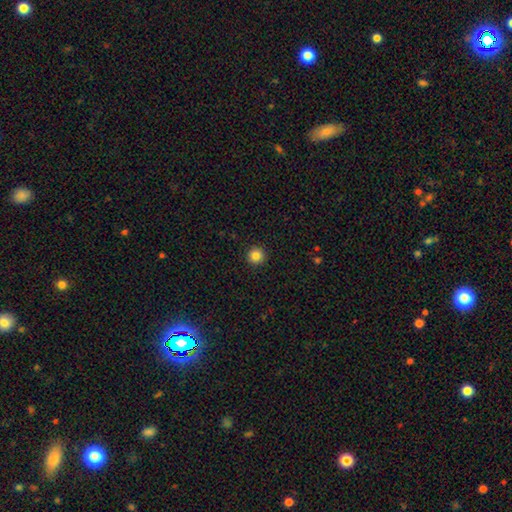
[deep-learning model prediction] A smooth galaxy with no disk features (84%) that is round (96%). Merging: none (93%).